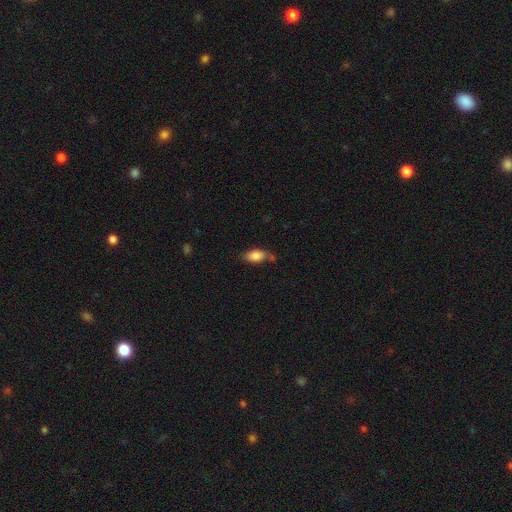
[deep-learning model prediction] smooth 84%, featured or disk 9%, star or artifact 7%. Down the decision tree: how rounded — in between (90%); merging — none (61%).